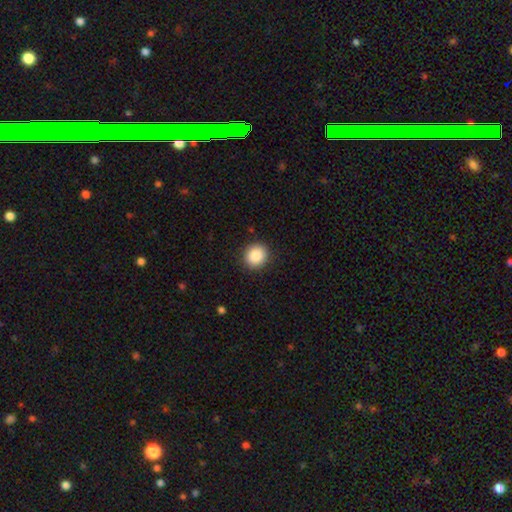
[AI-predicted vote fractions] Morphology: type=smooth (87%); roundness=round (89%); merging=none (91%).